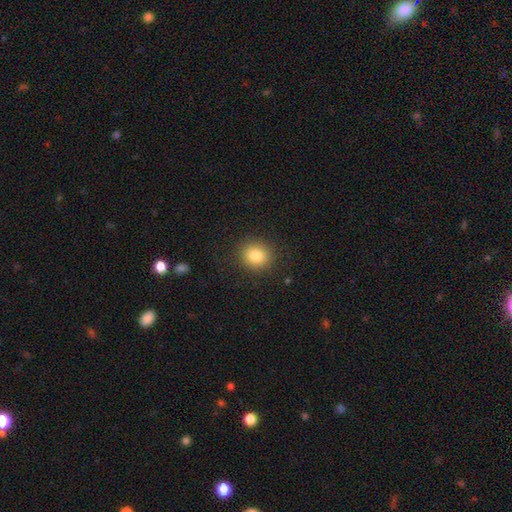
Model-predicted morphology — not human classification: A smooth galaxy with no disk features (82%) that is round (84%). Merging: none (89%).